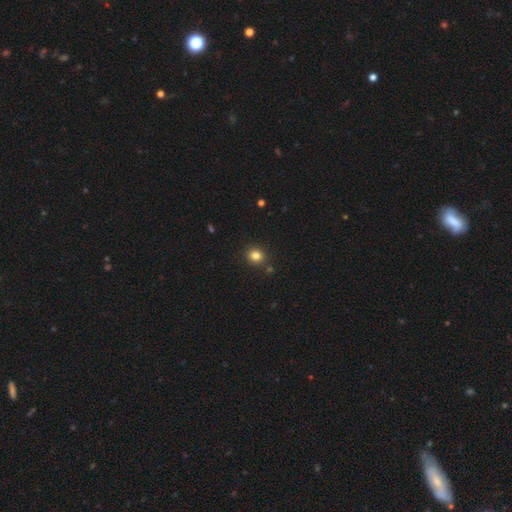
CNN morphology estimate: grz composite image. It shows a smooth galaxy with no disk features (81%) that is round (75%). Merging: none (86%).